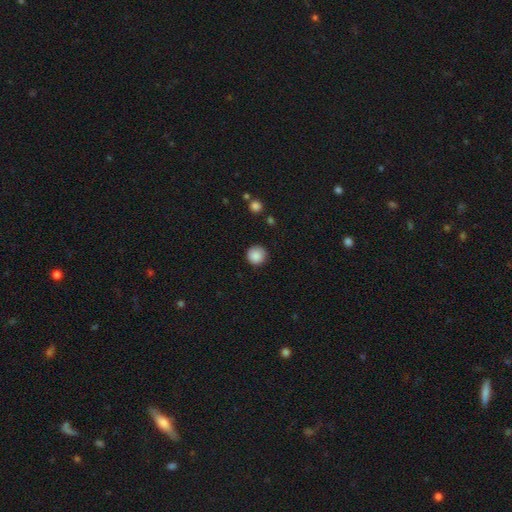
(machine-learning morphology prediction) smooth-or-featured: smooth: 88% | star or artifact: 9% | featured or disk: 3%
  how-rounded: round: 95% | in between: 4% | cigar-shaped: 1%
  merging: none: 87% | minor disturbance: 9% | major disturbance: 2% | merger: 1%